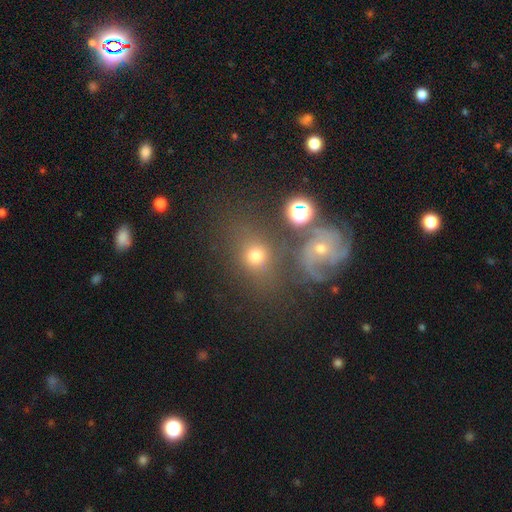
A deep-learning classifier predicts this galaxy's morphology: Smooth or featured? smooth (52%)
How rounded? round (62%)
Merging? none (61%)